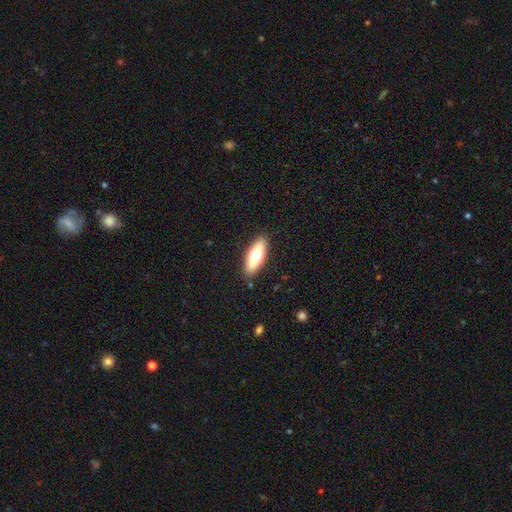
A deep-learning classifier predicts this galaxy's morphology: smooth-or-featured: smooth: 62% | featured or disk: 32% | star or artifact: 6%
  how-rounded: in between: 60% | cigar-shaped: 38% | round: 2%
  merging: none: 88% | minor disturbance: 9% | major disturbance: 2% | merger: 1%